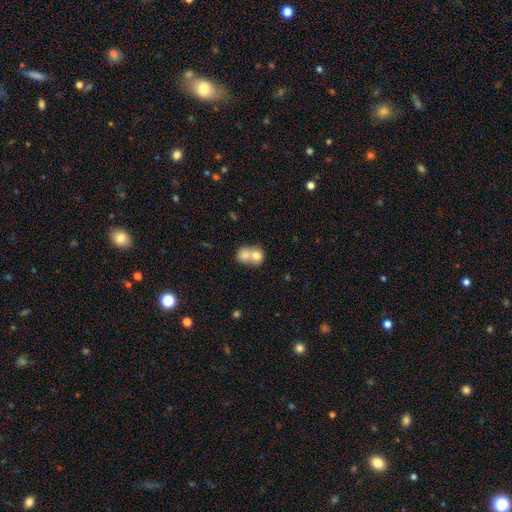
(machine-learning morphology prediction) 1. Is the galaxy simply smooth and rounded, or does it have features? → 73% smooth, 18% featured or disk, 8% star or artifact.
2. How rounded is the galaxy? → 65% round, 34% in between, 1% cigar-shaped.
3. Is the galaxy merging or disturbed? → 73% merger, 19% none, 5% minor disturbance, 3% major disturbance.